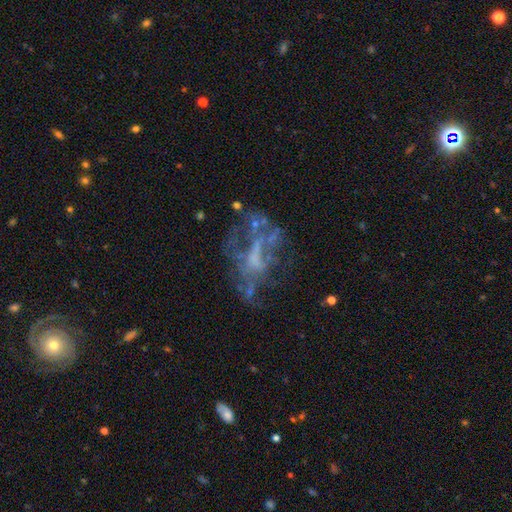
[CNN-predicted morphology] Overall: featured or disk (63%). Edge-on disk: no (95%). Bar: no (76%). Spiral arms: no (80%). Bulge size: none (60%; small 20%). Merging: none (43%; major disturbance 32%).